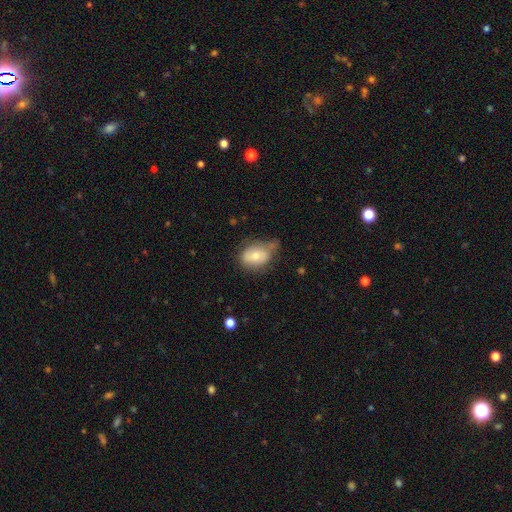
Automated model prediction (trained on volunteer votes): Q: Smooth or featured?
A: smooth (69%); runner-up: featured or disk (23%)
Q: How rounded?
A: in between (75%); runner-up: round (24%)
Q: Merging?
A: none (44%); runner-up: minor disturbance (36%)